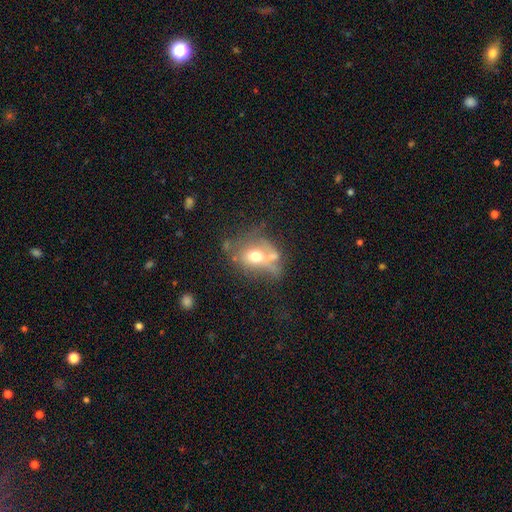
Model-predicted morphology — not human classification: Q: Smooth or featured?
A: smooth (55%); runner-up: featured or disk (32%)
Q: How rounded?
A: in between (56%); runner-up: round (40%)
Q: Merging?
A: none (33%); runner-up: merger (25%)